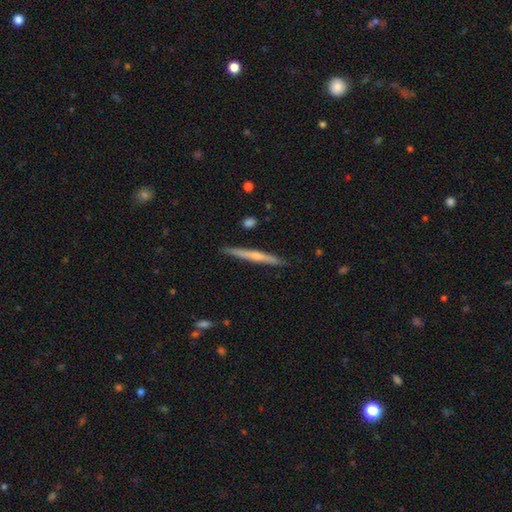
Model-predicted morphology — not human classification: Smooth or featured? Predicted: featured or disk (p=0.60). Edge-on disk? Predicted: yes (p=0.97). Edge-on bulge? Predicted: rounded (p=0.60). Merging? Predicted: none (p=0.90).